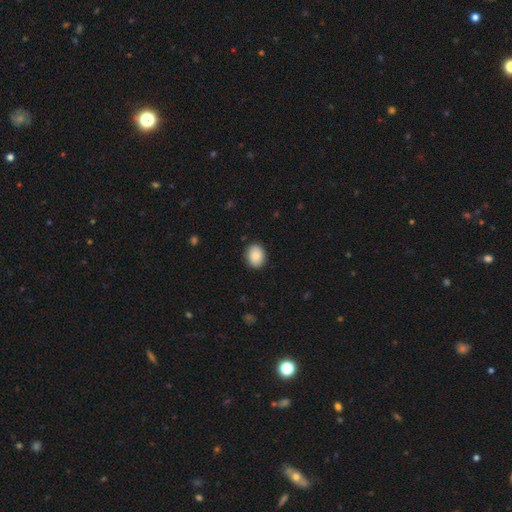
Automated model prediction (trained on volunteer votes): A smooth galaxy with no disk features (85%) that is round (52%). Merging: none (88%).